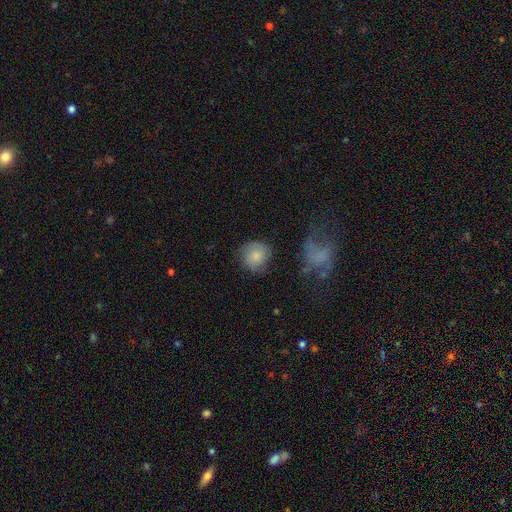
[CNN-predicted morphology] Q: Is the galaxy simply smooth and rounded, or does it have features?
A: smooth — 67%.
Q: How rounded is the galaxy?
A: round — 83%.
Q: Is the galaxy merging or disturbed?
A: none — 64%.